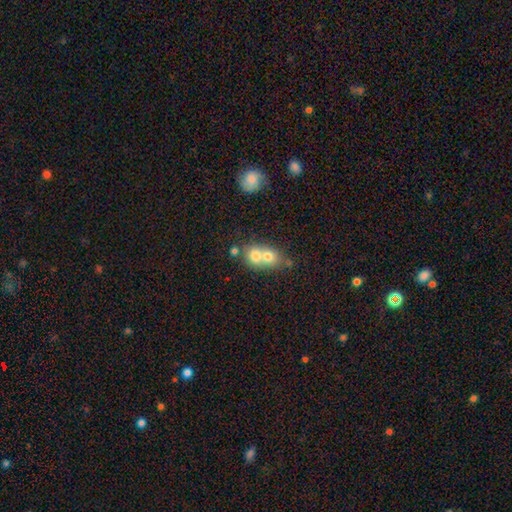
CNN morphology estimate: The model was most divided on "how rounded": round: 65%, in between: 34%, cigar-shaped: 1%. More confident: merging — merger (70%); smooth or featured — smooth (69%).